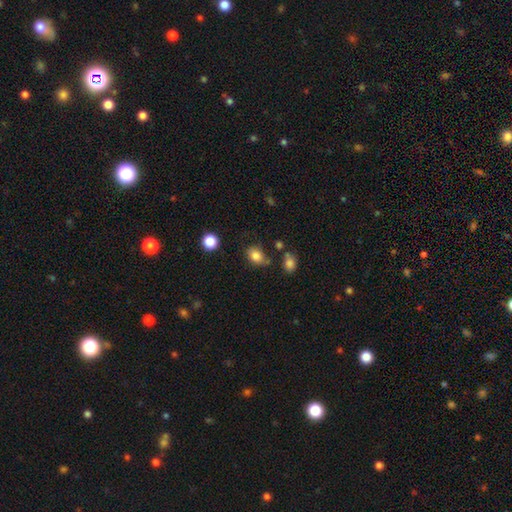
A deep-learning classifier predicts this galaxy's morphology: A smooth galaxy with no disk features (83%) that is in between round and cigar-shaped (70%).

Vote fractions:
- Smooth or featured? smooth: 83% / star or artifact: 11% / featured or disk: 7%
- How rounded? in between: 70% / round: 28% / cigar-shaped: 1%
- Merging? none: 64% / minor disturbance: 23% / major disturbance: 7% / merger: 6%